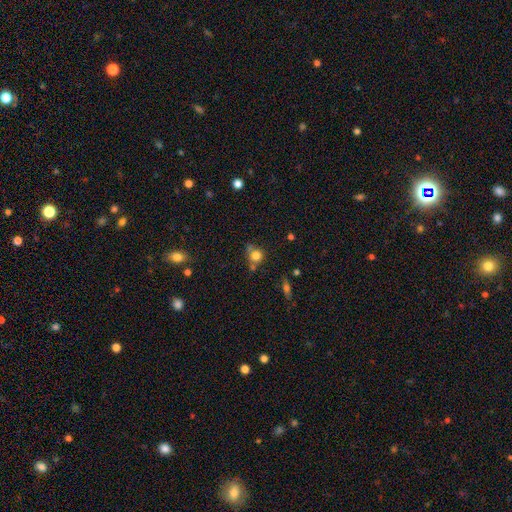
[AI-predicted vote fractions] Overall: smooth (77%). How rounded: round (81%). Merging: none (51%; minor disturbance 21%).